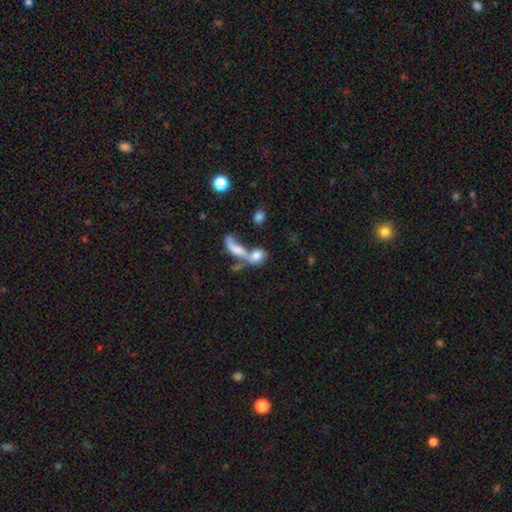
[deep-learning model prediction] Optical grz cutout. It shows a smooth galaxy with no disk features (67%) that is in between round and cigar-shaped (59%). Merging: merger (68%).